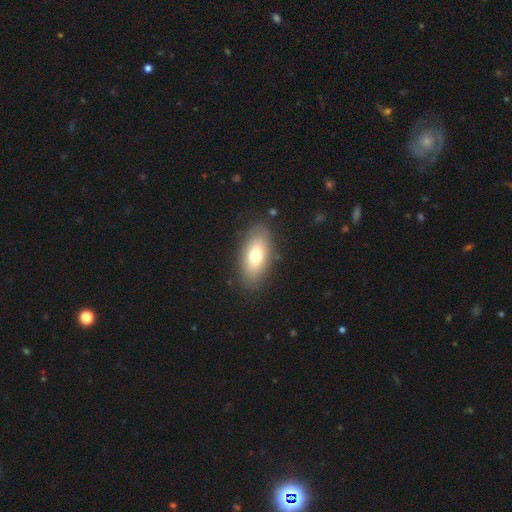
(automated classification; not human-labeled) Smooth or featured: smooth — 72% (featured or disk — 21%)
How rounded: in between — 90% (cigar-shaped — 6%)
Merging: none — 84% (minor disturbance — 11%)